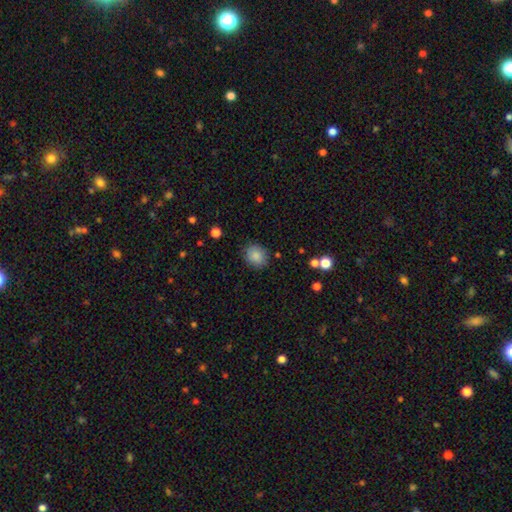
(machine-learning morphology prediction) The model was most divided on "how rounded": round: 67%, in between: 32%, cigar-shaped: 1%. More confident: merging — none (86%); smooth or featured — smooth (86%).